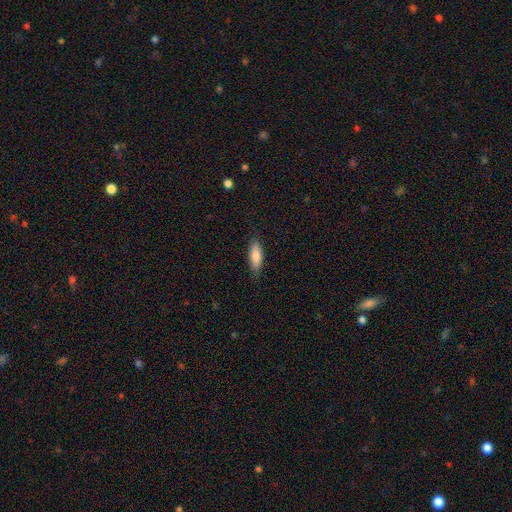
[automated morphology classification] Smooth or featured: smooth — 80% (featured or disk — 14%)
How rounded: in between — 56% (cigar-shaped — 43%)
Merging: none — 84% (minor disturbance — 13%)